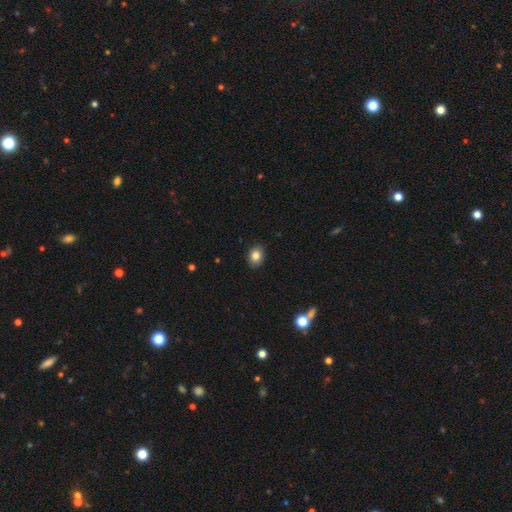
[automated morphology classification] Smooth or featured: smooth — 84% (star or artifact — 9%)
How rounded: in between — 62% (round — 37%)
Merging: none — 89% (minor disturbance — 8%)